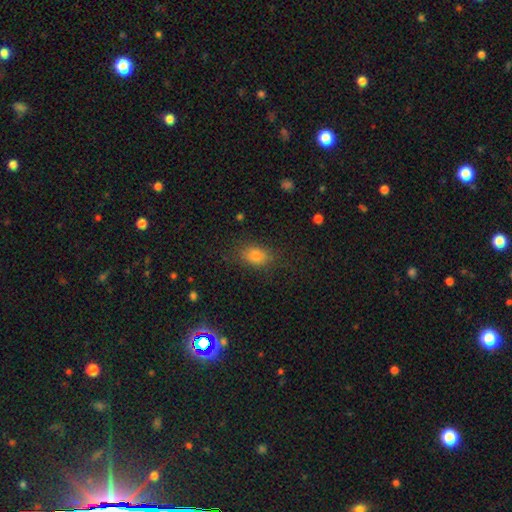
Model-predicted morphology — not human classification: The model was most divided on "how rounded": in between: 74%, round: 24%, cigar-shaped: 2%. More confident: merging — none (80%); smooth or featured — smooth (79%).